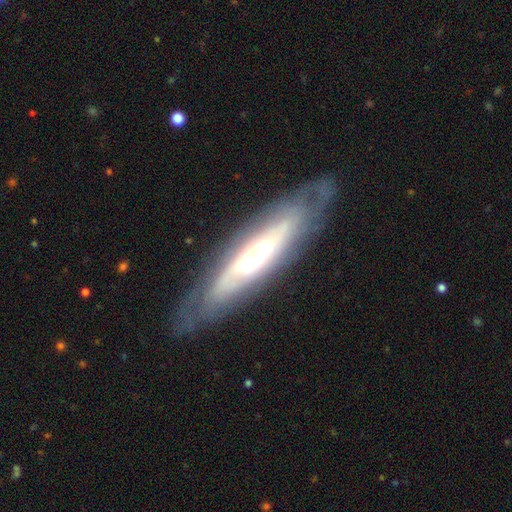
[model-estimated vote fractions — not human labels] This appears to be a featured or disk galaxy (73%). Merging: none (78%).